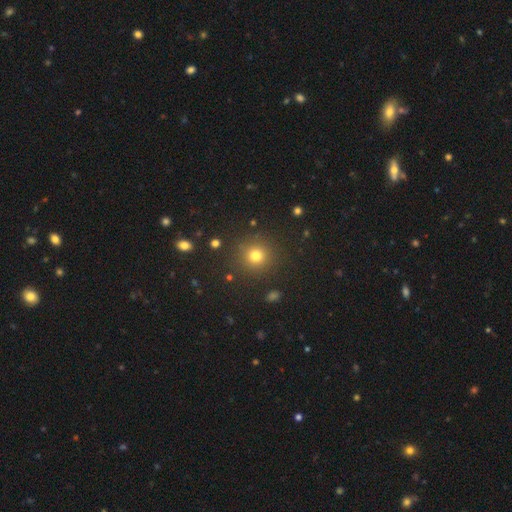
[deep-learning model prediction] smooth 77%, star or artifact 16%, featured or disk 6%. Down the decision tree: how rounded — round (93%); merging — none (89%).